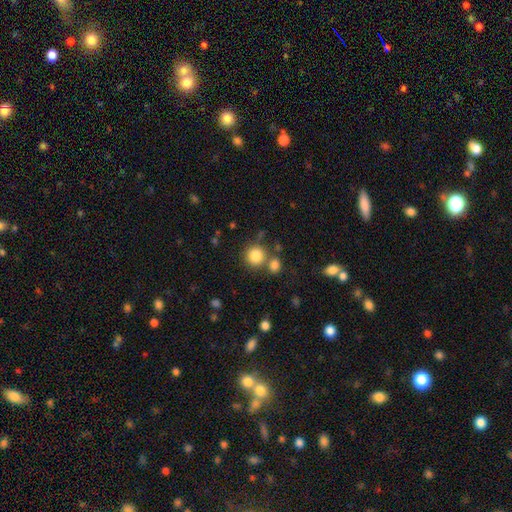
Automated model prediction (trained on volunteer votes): Smooth or featured?
  - smooth: 84% *
  - star or artifact: 10%
  - featured or disk: 6%
How rounded?
  - round: 91% *
  - in between: 8%
  - cigar-shaped: 1%
Merging?
  - none: 68% *
  - merger: 20%
  - minor disturbance: 9%
  - major disturbance: 3%